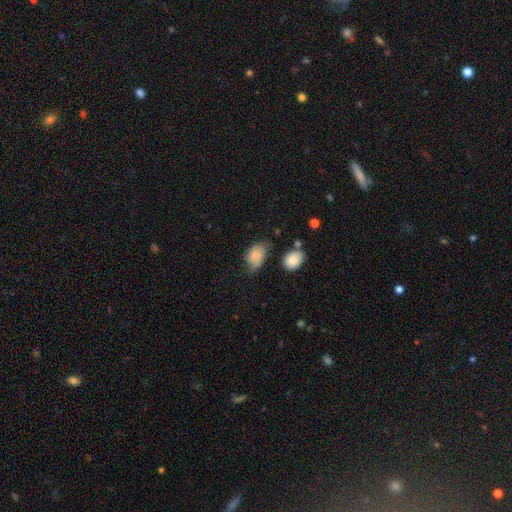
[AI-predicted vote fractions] The model was most divided on "merging": none: 40%, minor disturbance: 39%, major disturbance: 14%, merger: 6%. More confident: how rounded — in between (82%); smooth or featured — smooth (79%).